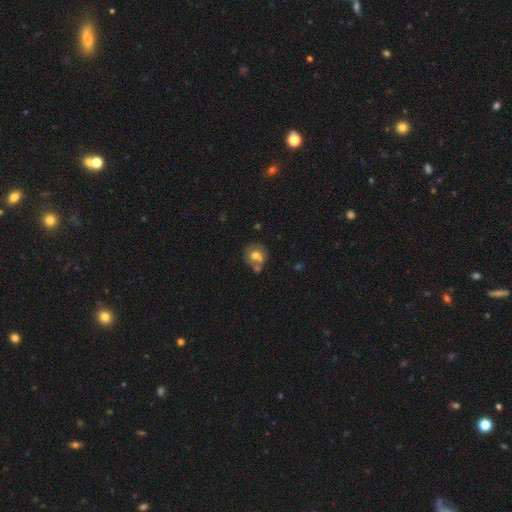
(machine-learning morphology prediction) The model was most divided on "merging": none: 40%, merger: 39%, minor disturbance: 15%, major disturbance: 6%. More confident: how rounded — round (76%); smooth or featured — smooth (62%).